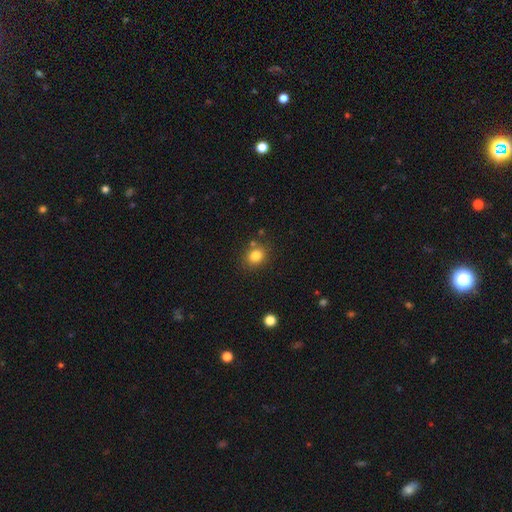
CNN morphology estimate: This appears to be a smooth galaxy with no disk features (82%) that is round (63%). Merging: none (78%).